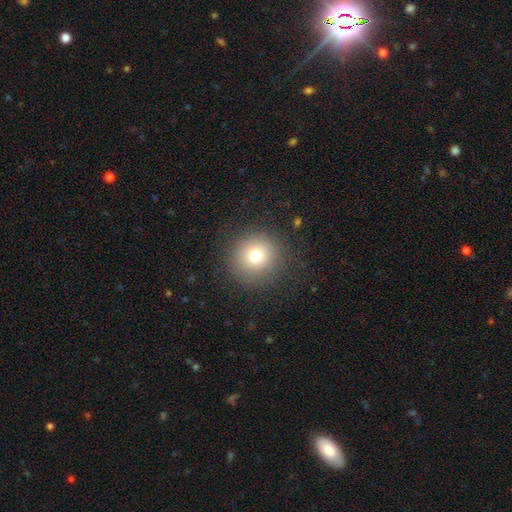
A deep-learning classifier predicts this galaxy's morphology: Overall: smooth (75%). How rounded: round (95%). Merging: none (89%).